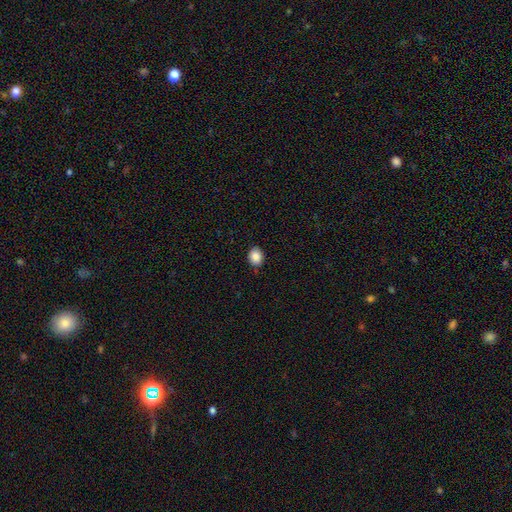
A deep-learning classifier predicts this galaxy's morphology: This is clearly a smooth galaxy (88%). How rounded: possibly round (54%). Merging: clearly none (87%).